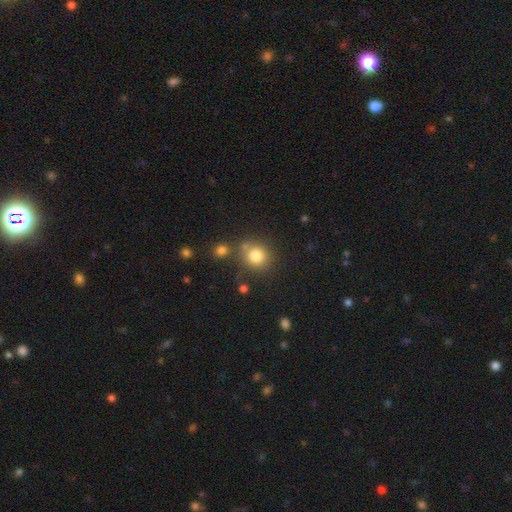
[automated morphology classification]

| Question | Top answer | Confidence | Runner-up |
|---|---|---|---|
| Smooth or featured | smooth | 81% | star or artifact (12%) |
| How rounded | round | 85% | in between (14%) |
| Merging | none | 69% | merger (14%) |